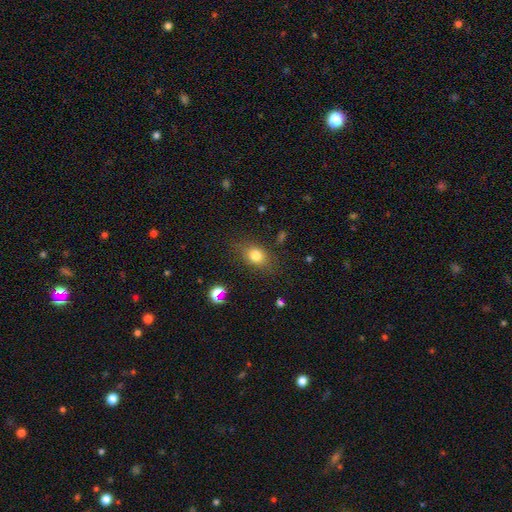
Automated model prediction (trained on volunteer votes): A smooth galaxy with no disk features (77%) that is in between round and cigar-shaped (61%). Merging: none (77%).